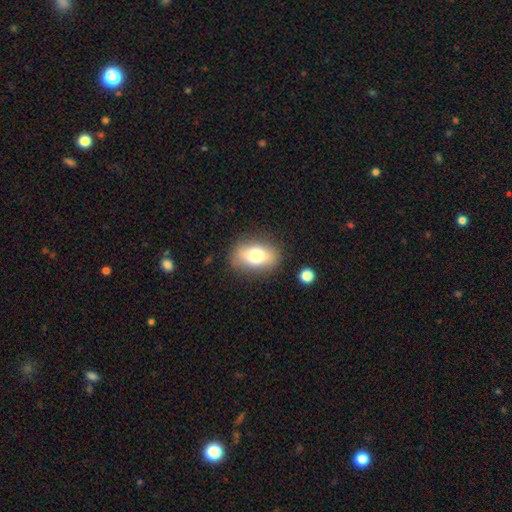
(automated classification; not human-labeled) smooth 75%, featured or disk 17%, star or artifact 9%. Down the decision tree: how rounded — in between (83%); merging — none (83%).